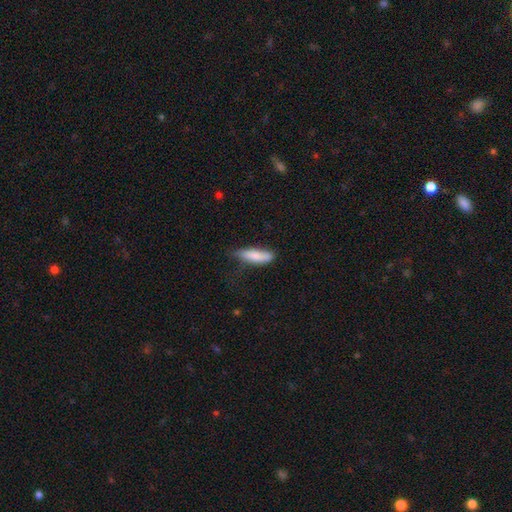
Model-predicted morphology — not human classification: The model was most divided on "merging": none: 54%, minor disturbance: 34%, major disturbance: 9%, merger: 3%. More confident: smooth or featured — smooth (81%); how rounded — cigar-shaped (60%).